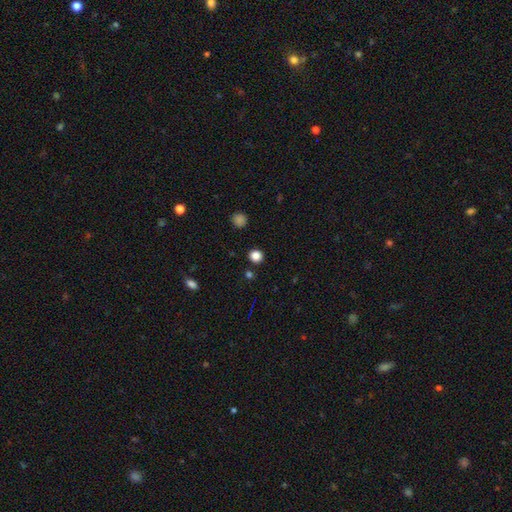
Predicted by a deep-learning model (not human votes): smooth 83%, star or artifact 14%, featured or disk 4%. Down the decision tree: how rounded — round (89%); merging — none (90%).